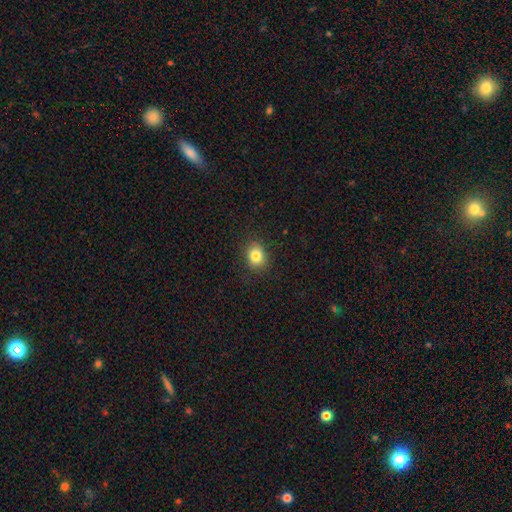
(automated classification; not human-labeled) Q: Smooth or featured?
A: smooth (83%); runner-up: star or artifact (11%)
Q: How rounded?
A: round (58%); runner-up: in between (41%)
Q: Merging?
A: none (86%); runner-up: minor disturbance (10%)